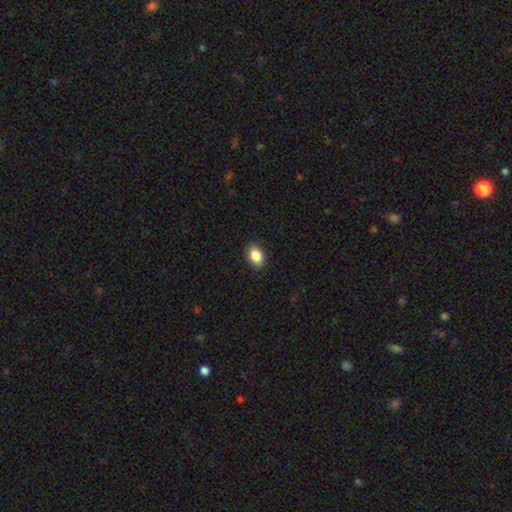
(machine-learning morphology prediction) Smooth or featured? smooth (87%)
How rounded? in between (79%)
Merging? none (89%)